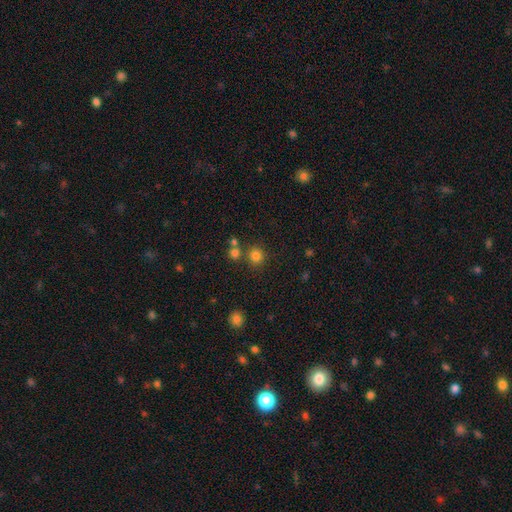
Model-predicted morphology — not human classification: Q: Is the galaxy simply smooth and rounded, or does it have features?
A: smooth — 79%.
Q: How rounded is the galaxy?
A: round — 91%.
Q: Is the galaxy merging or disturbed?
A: none — 78%.